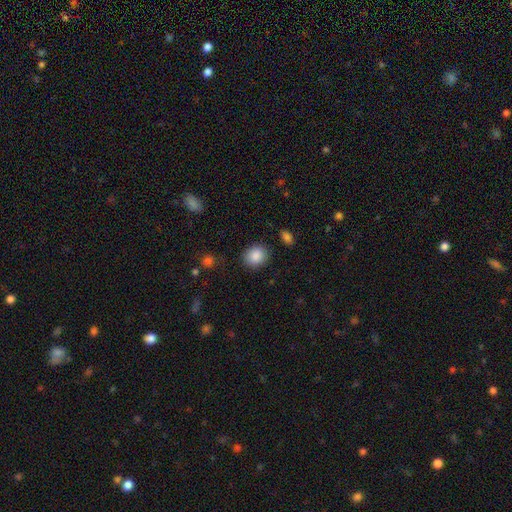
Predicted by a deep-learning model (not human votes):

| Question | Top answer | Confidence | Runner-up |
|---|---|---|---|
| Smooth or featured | smooth | 88% | star or artifact (8%) |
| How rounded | round | 64% | in between (35%) |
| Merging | none | 86% | minor disturbance (9%) |